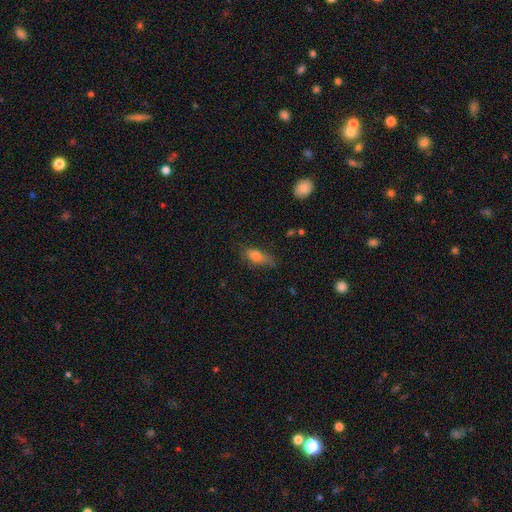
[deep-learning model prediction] Overall: smooth (74%). How rounded: in between (67%; cigar-shaped 28%). Merging: none (55%; minor disturbance 31%).